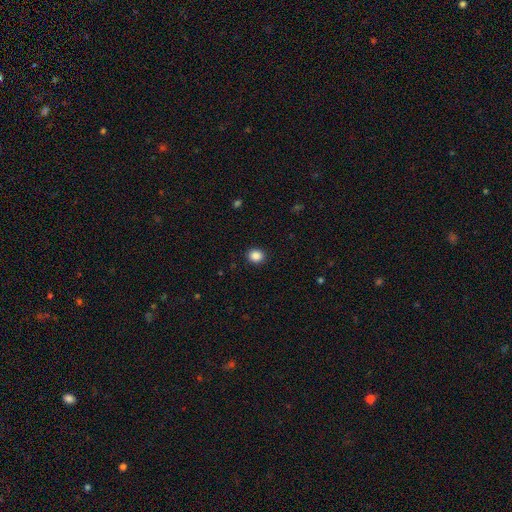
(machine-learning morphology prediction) type=smooth (87%); roundness=round (75%); merging=none (91%).